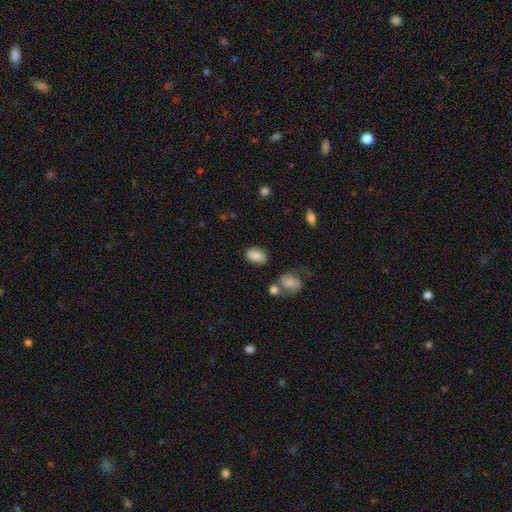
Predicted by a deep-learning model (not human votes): Overall: smooth (77%). How rounded: in between (81%). Merging: none (72%).